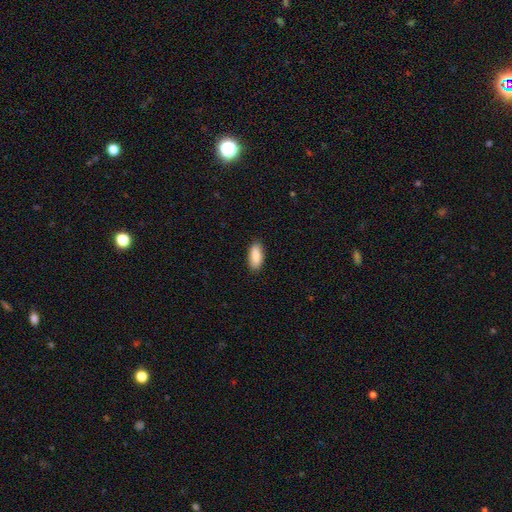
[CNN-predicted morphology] smooth-or-featured: smooth: 88% | star or artifact: 6% | featured or disk: 6%
  how-rounded: in between: 85% | cigar-shaped: 13% | round: 2%
  merging: none: 89% | minor disturbance: 9% | major disturbance: 2% | merger: 1%